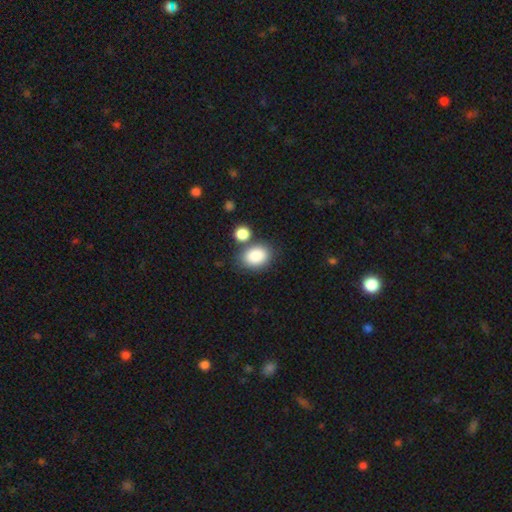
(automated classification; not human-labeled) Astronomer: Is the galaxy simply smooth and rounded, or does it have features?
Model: smooth — 87%.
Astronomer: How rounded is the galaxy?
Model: in between — 72%.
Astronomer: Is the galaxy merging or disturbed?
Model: none — 67%.